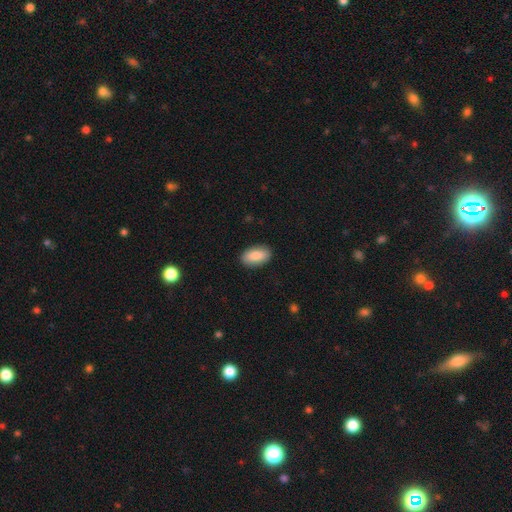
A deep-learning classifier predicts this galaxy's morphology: This is clearly a smooth galaxy (87%). How rounded: clearly in between (93%). Merging: clearly none (88%).